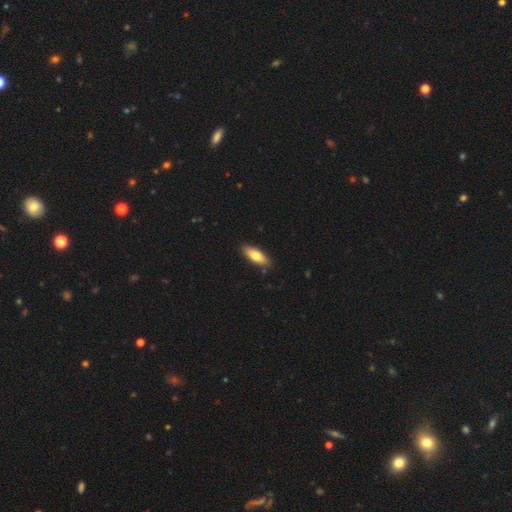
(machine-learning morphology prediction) The model was most divided on "how rounded": in between: 71%, cigar-shaped: 27%, round: 2%. More confident: merging — none (86%); smooth or featured — smooth (76%).